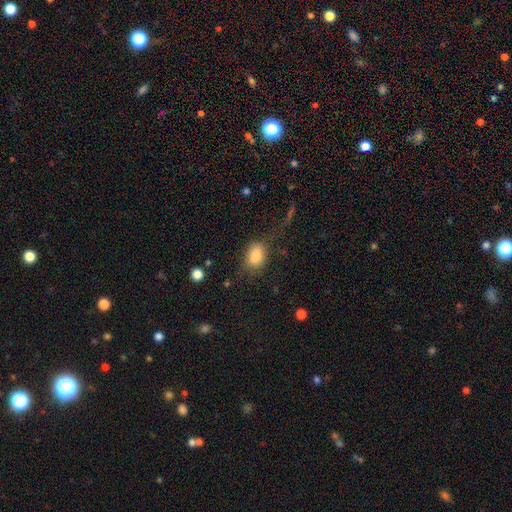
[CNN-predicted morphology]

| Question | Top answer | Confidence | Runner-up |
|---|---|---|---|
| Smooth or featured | smooth | 84% | star or artifact (9%) |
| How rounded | in between | 79% | round (19%) |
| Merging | none | 60% | minor disturbance (21%) |